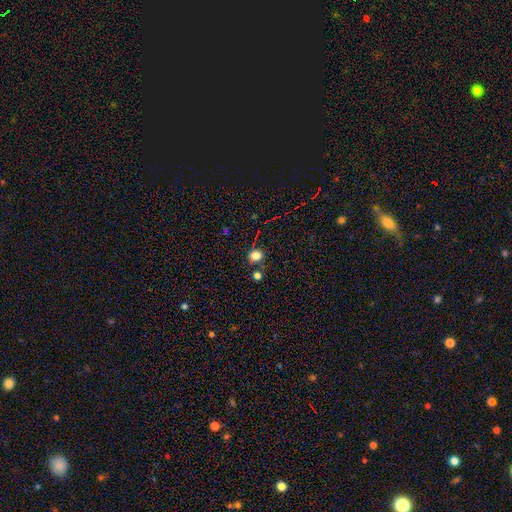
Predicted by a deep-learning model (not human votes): Smooth or featured? smooth (77%)
How rounded? round (74%)
Merging? none (75%)